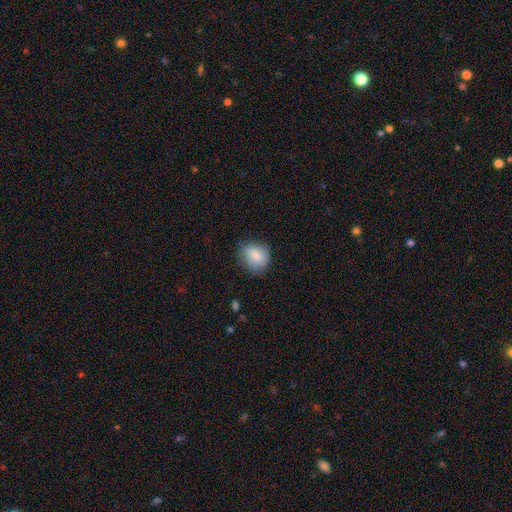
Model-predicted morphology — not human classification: smooth 79%, featured or disk 13%, star or artifact 8%. Down the decision tree: how rounded — round (65%); merging — none (73%).